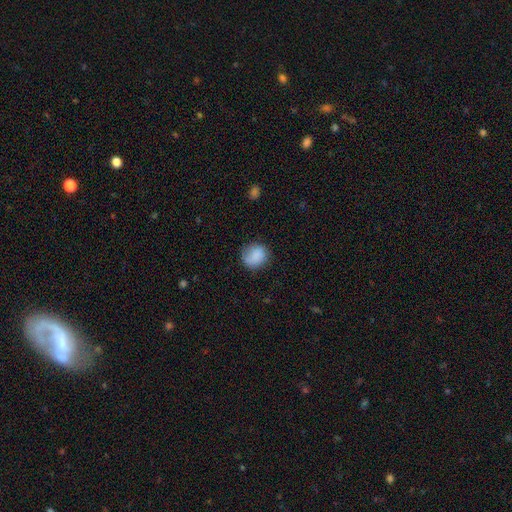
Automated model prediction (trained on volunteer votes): A smooth galaxy with no disk features (79%) that is round (81%). Merging: none (69%).